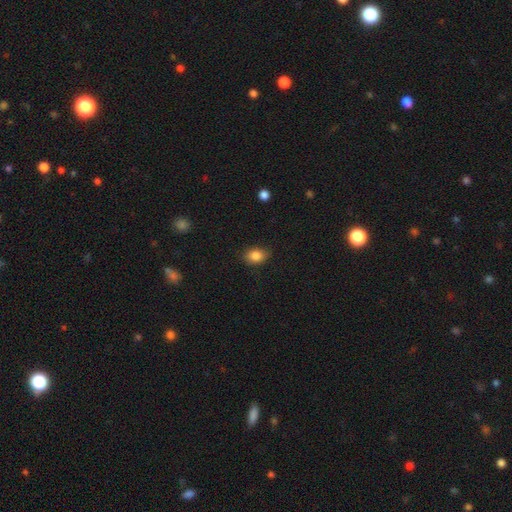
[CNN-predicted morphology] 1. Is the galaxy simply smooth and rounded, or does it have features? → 85% smooth, 9% star or artifact, 6% featured or disk.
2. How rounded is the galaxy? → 67% in between, 31% round, 1% cigar-shaped.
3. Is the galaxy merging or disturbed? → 81% none, 15% minor disturbance, 3% major disturbance, 1% merger.